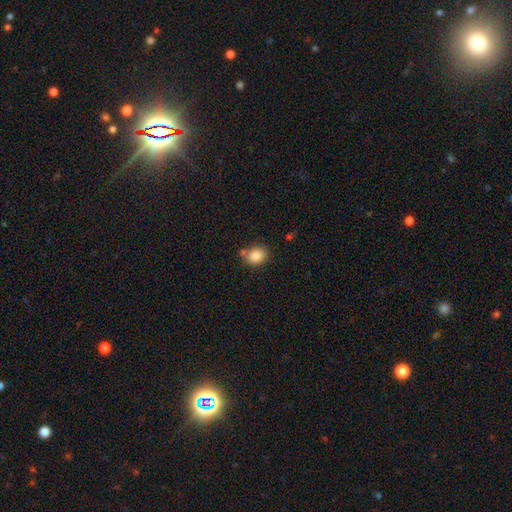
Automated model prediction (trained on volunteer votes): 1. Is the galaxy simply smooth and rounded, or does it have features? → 86% smooth, 9% star or artifact, 5% featured or disk.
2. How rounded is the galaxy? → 51% round, 48% in between, 1% cigar-shaped.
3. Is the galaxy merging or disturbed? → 67% none, 15% minor disturbance, 13% merger, 4% major disturbance.